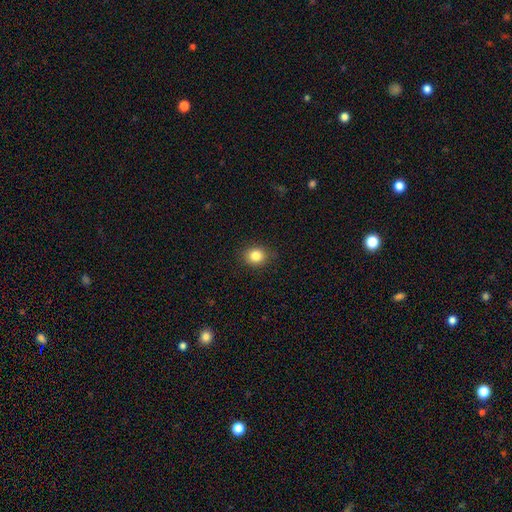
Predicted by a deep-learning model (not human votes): This is clearly a smooth galaxy (84%). How rounded: likely round (72%). Merging: clearly none (88%).